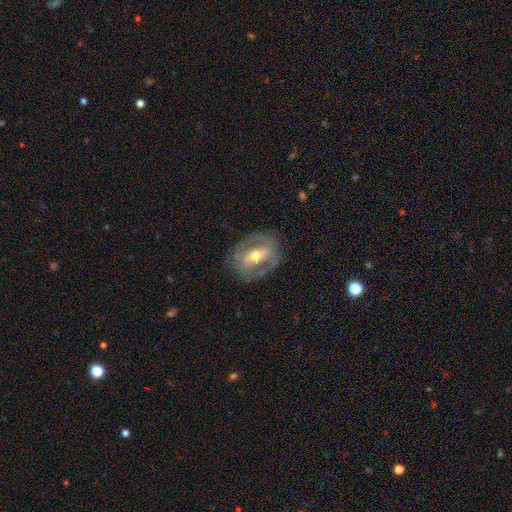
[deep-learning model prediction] Morphology: type=featured or disk (75%); edge-on=no (91%); bar=strong (51%); spiral arms=yes (52%); bulge=moderate (67%); merging=none (78%).